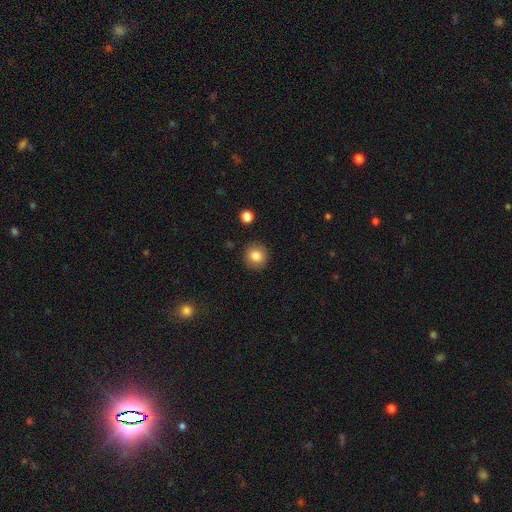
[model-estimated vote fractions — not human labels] The model was most divided on "smooth or featured": smooth: 84%, star or artifact: 10%, featured or disk: 7%. More confident: how rounded — round (89%); merging — none (89%).